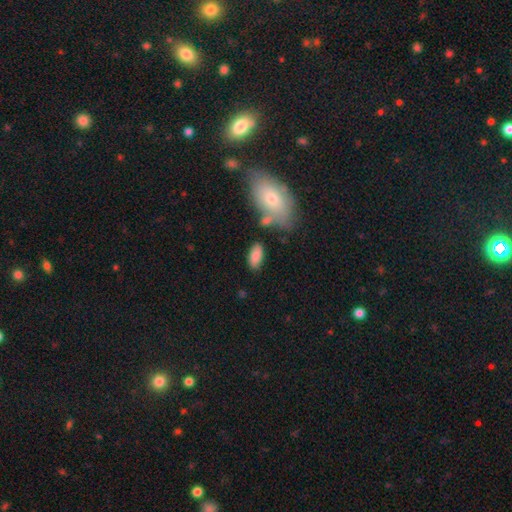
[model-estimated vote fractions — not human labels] Overall: smooth (85%). How rounded: in between (91%). Merging: none (76%).